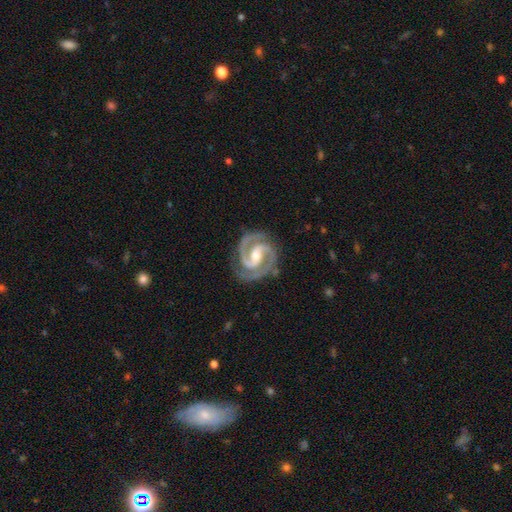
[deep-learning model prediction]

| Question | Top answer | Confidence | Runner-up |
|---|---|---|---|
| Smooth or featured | featured or disk | 95% | star or artifact (3%) |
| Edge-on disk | no | 98% | yes (2%) |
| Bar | weak | 42% | strong (37%) |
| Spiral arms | yes | 99% | no (1%) |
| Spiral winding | medium | 49% | tight (47%) |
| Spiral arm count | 2 | 93% | 3 (3%) |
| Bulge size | moderate | 64% | small (31%) |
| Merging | none | 85% | minor disturbance (12%) |